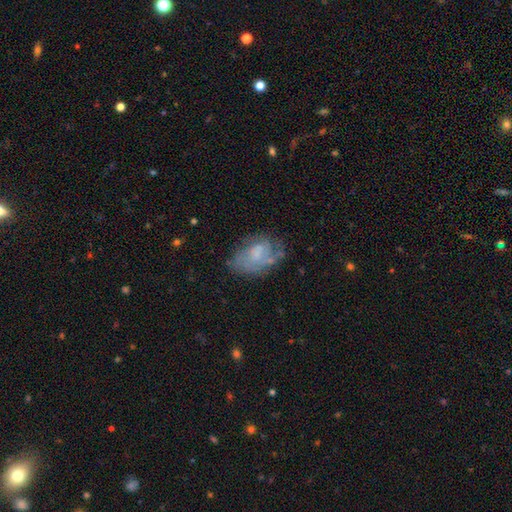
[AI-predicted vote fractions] Morphology: type=featured or disk (53%); edge-on=no (96%); bar=no (73%); spiral arms=yes (64%); bulge=none (43%); merging=none (55%).